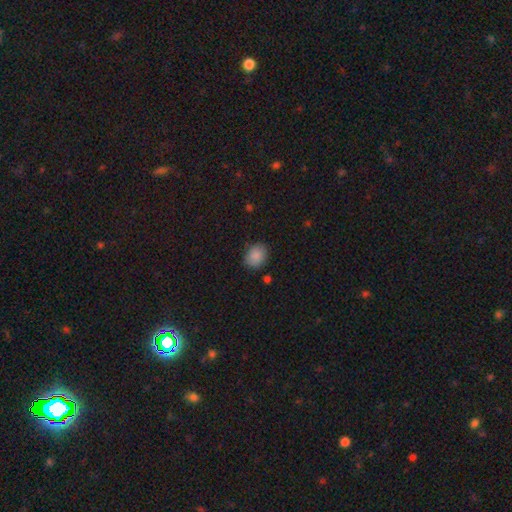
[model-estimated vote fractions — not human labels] This is clearly a smooth galaxy (87%). How rounded: possibly round (54%). Merging: clearly none (80%).